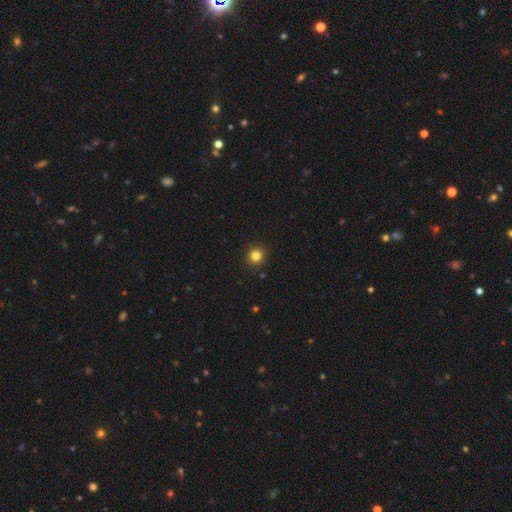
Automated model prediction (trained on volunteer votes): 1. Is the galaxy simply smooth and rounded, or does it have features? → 82% smooth, 13% star or artifact, 5% featured or disk.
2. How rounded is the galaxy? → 91% round, 8% in between, 1% cigar-shaped.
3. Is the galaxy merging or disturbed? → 91% none, 6% minor disturbance, 2% major disturbance, 1% merger.